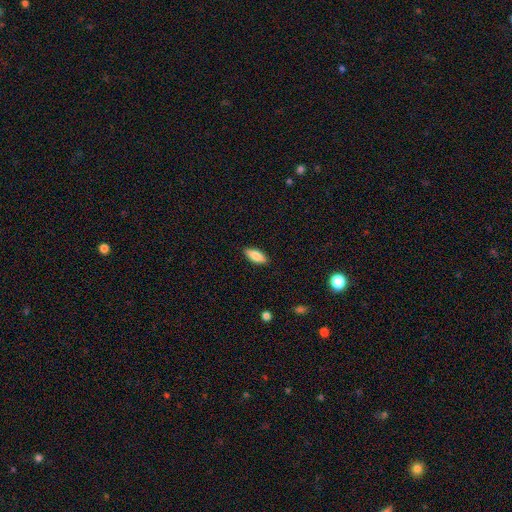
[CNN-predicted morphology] Smooth or featured: smooth — 84% (featured or disk — 10%)
How rounded: in between — 80% (cigar-shaped — 18%)
Merging: none — 87% (minor disturbance — 10%)